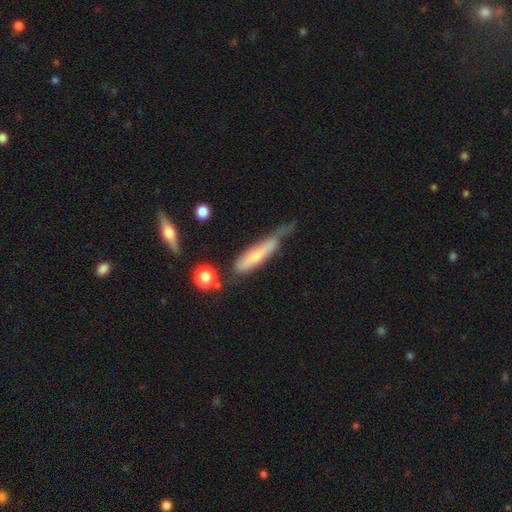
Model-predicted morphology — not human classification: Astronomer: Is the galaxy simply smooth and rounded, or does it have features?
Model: smooth — 54% (runner-up: featured or disk, 40%).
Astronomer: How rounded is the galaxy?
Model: cigar-shaped — 77%.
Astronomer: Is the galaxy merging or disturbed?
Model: minor disturbance — 35% (runner-up: major disturbance, 30%).